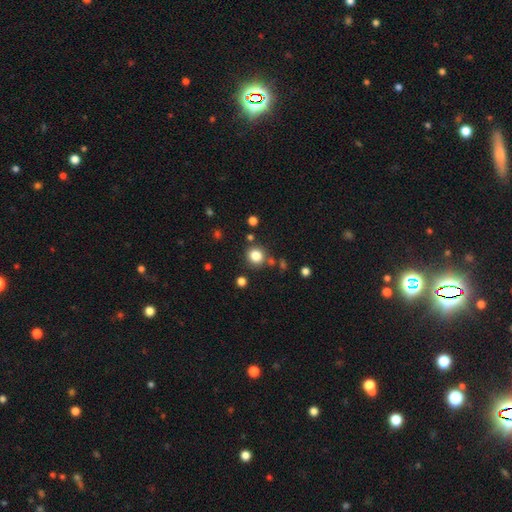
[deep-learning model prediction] Smooth or featured: smooth — 82% (star or artifact — 12%)
How rounded: round — 88% (in between — 11%)
Merging: none — 80% (minor disturbance — 9%)